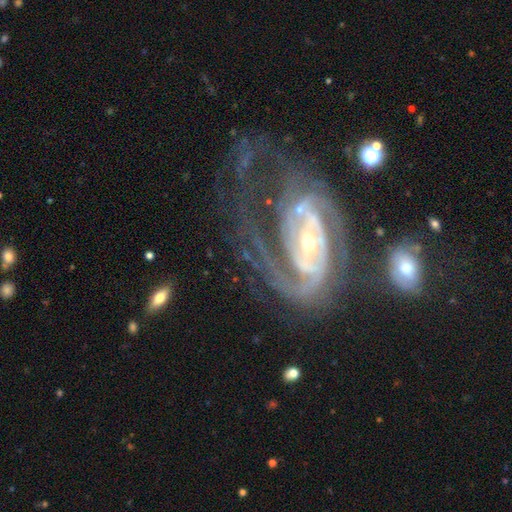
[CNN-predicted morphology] type=featured or disk (90%); edge-on=no (97%); bar=no (43%); spiral arms=yes (96%); winding=tight (48%); arm count=2 (50%); bulge=small (59%); merging=major disturbance (39%).